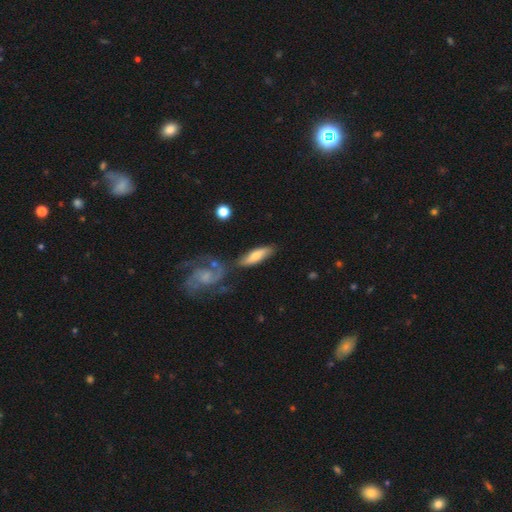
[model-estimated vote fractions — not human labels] A smooth galaxy with no disk features (59%) that is cigar-shaped (54%).

Vote fractions:
- Smooth or featured? smooth: 59% / featured or disk: 35% / star or artifact: 6%
- How rounded? cigar-shaped: 54% / in between: 43% / round: 3%
- Merging? none: 71% / minor disturbance: 15% / merger: 9% / major disturbance: 5%